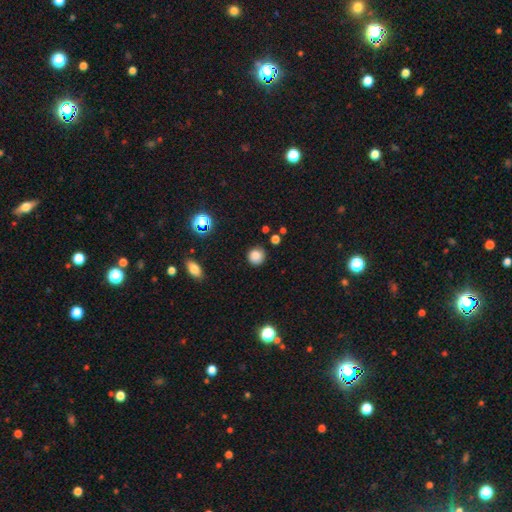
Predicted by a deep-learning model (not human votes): This appears to be a smooth galaxy with no disk features (83%) that is round (90%). Merging: none (86%).